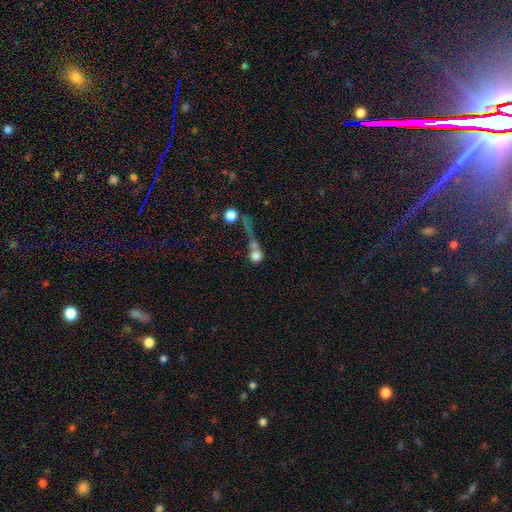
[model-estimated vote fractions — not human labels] Overall: smooth (67%). How rounded: round (79%). Merging: merger (46%; none 28%).